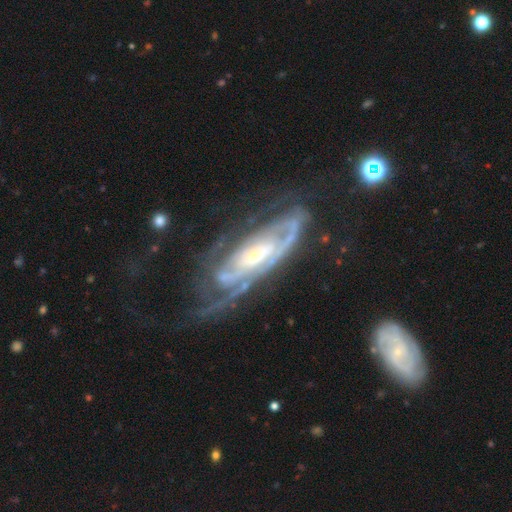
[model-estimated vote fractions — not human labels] This appears to be a featured or disk galaxy (87%) with no bar (58%), tight (65%) spiral arms (94%) and a small central bulge (60%). Merging: none (58%).